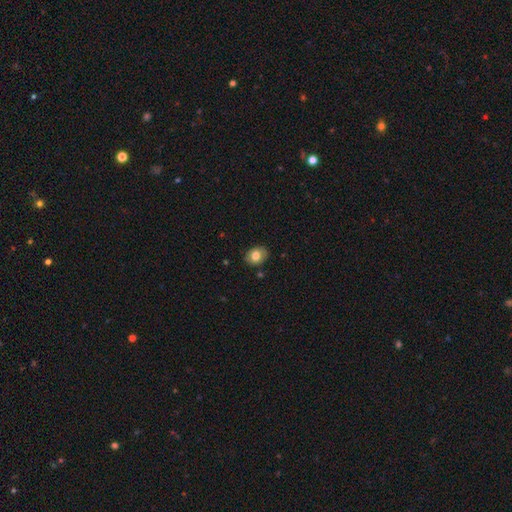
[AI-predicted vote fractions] Smooth or featured: smooth — 75% (featured or disk — 17%)
How rounded: in between — 58% (round — 41%)
Merging: none — 84% (minor disturbance — 12%)